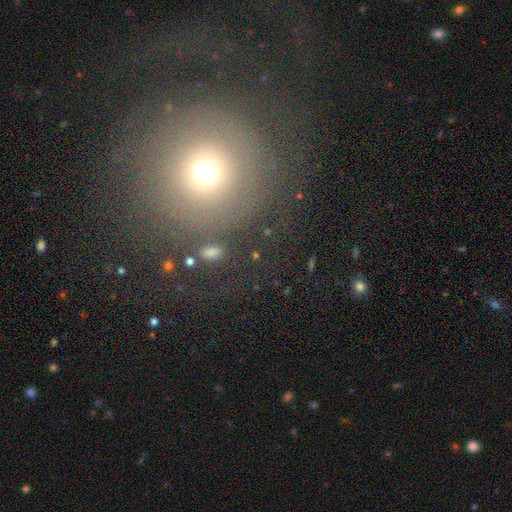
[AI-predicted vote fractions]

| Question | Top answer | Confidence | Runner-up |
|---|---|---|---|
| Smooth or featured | smooth | 54% | star or artifact (31%) |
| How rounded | round | 56% | in between (39%) |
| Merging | none | 73% | minor disturbance (11%) |